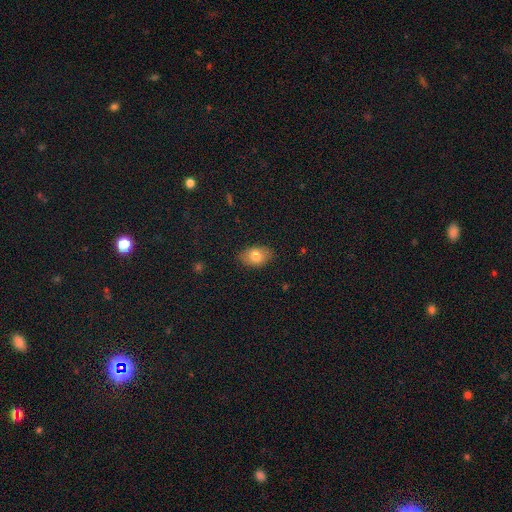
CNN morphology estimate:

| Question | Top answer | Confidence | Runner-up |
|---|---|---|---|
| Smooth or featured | smooth | 79% | featured or disk (13%) |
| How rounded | in between | 88% | round (11%) |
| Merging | none | 84% | minor disturbance (12%) |